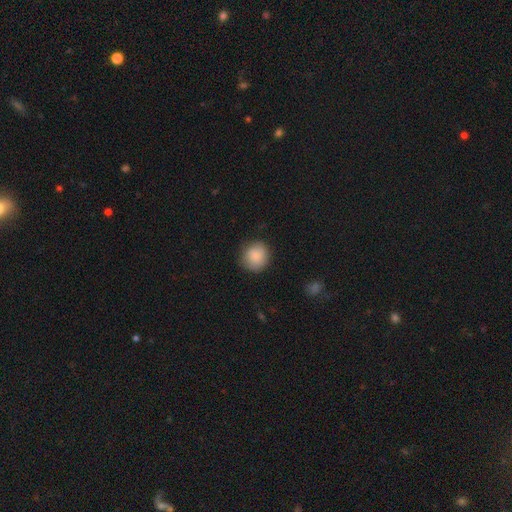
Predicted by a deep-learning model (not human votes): A smooth galaxy with no disk features (88%) that is round (87%). Merging: none (83%).